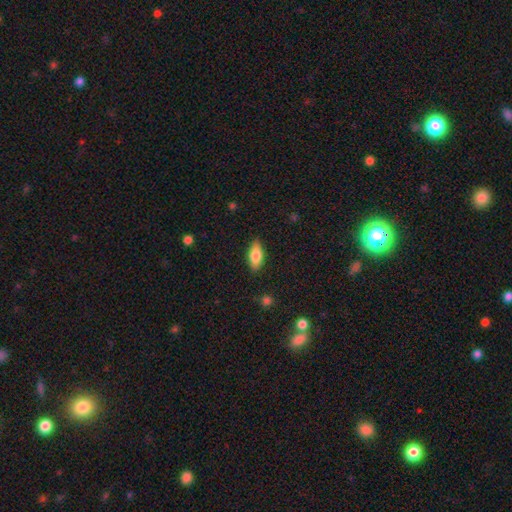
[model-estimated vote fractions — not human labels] A smooth galaxy with no disk features (76%) that is in between round and cigar-shaped (80%).

Vote fractions:
- Smooth or featured? smooth: 76% / featured or disk: 18% / star or artifact: 7%
- How rounded? in between: 80% / cigar-shaped: 17% / round: 3%
- Merging? none: 86% / minor disturbance: 10% / major disturbance: 2% / merger: 1%